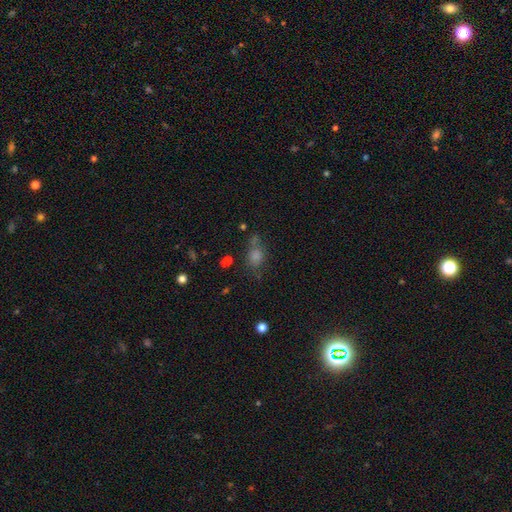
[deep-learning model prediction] A smooth galaxy with no disk features (65%) that is round (50%).

Vote fractions:
- Smooth or featured? smooth: 65% / star or artifact: 24% / featured or disk: 11%
- How rounded? round: 50% / in between: 47% / cigar-shaped: 4%
- Merging? none: 60% / minor disturbance: 19% / merger: 12% / major disturbance: 9%